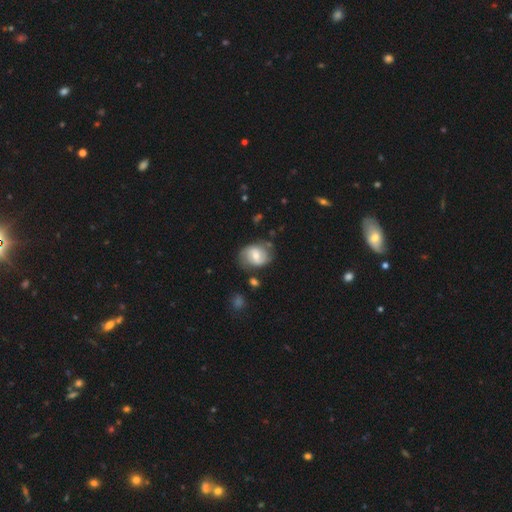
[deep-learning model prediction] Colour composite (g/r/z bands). It shows a featured or disk galaxy (52%) with a weak bar (49%), spiral arms (74%) and a moderate central bulge (61%). Merging: none (68%).